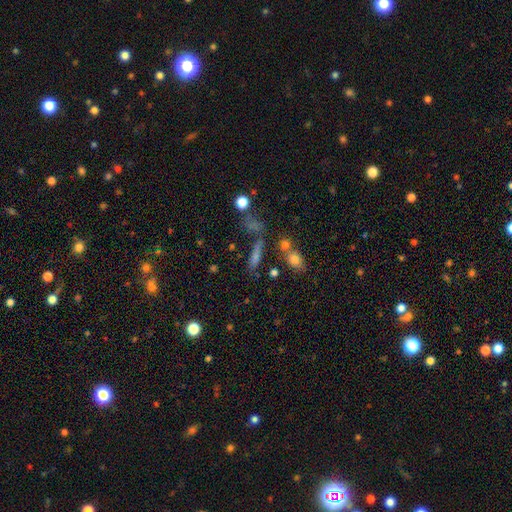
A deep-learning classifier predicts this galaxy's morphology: smooth-or-featured: smooth: 50% | featured or disk: 26% | star or artifact: 24%
  how-rounded: cigar-shaped: 67% | in between: 23% | round: 10%
  merging: none: 62% | merger: 15% | minor disturbance: 14% | major disturbance: 8%